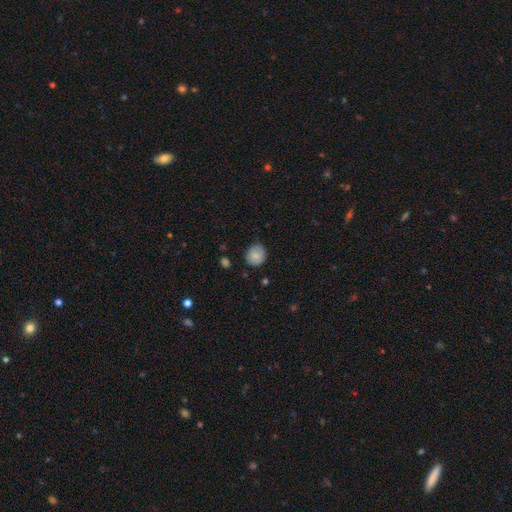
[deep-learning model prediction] Smooth or featured? Predicted: smooth (p=0.81). How rounded? Predicted: round (p=0.73). Merging? Predicted: none (p=0.72).